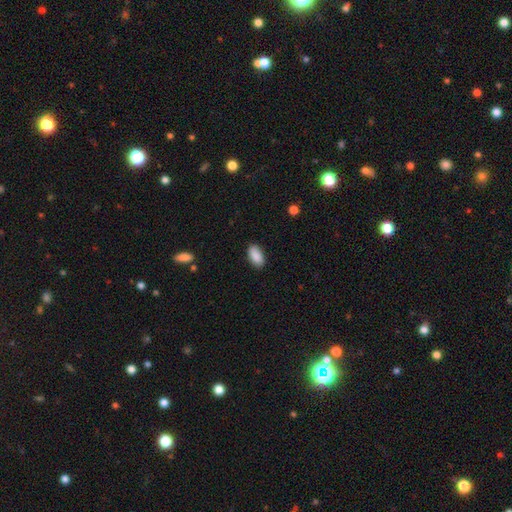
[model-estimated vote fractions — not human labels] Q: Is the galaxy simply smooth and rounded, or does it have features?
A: smooth — 89%.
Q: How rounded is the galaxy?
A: in between — 93%.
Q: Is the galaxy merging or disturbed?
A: none — 87%.